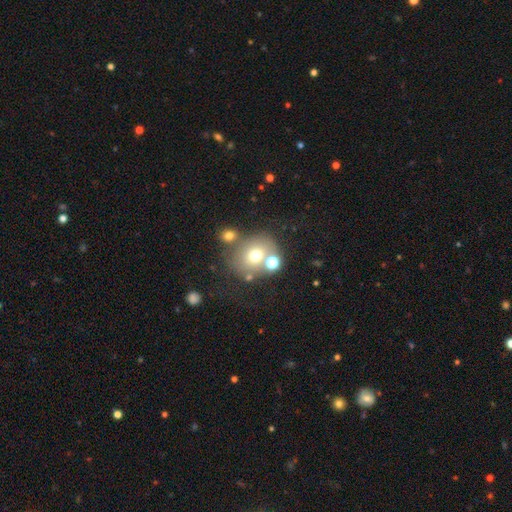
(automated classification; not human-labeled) Smooth or featured? smooth (63%)
How rounded? round (74%)
Merging? none (56%)